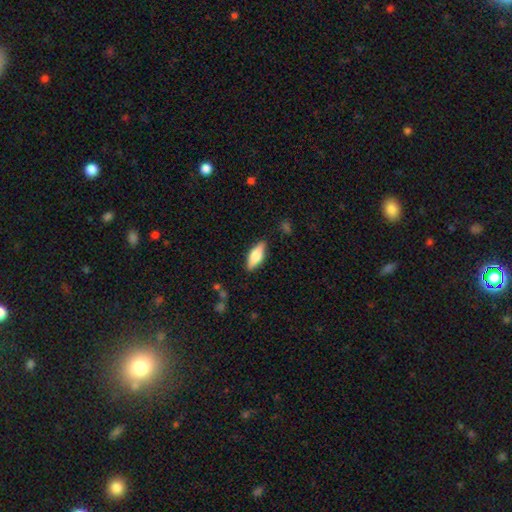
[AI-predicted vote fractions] Q: Smooth or featured?
A: smooth (63%); runner-up: featured or disk (31%)
Q: How rounded?
A: in between (67%); runner-up: cigar-shaped (30%)
Q: Merging?
A: none (86%); runner-up: minor disturbance (10%)